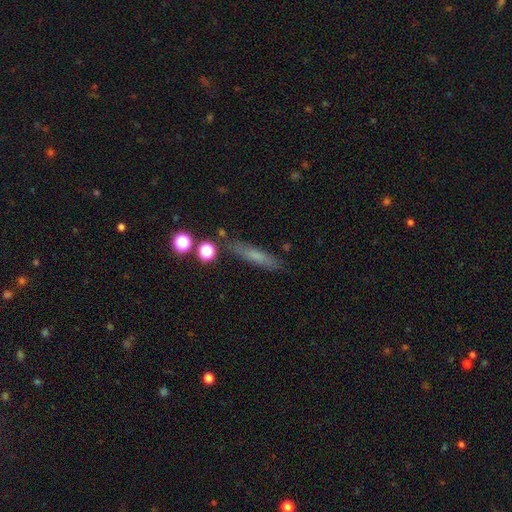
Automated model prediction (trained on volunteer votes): This appears to be a smooth galaxy with no disk features (61%) that is cigar-shaped (83%). Merging: none (77%).